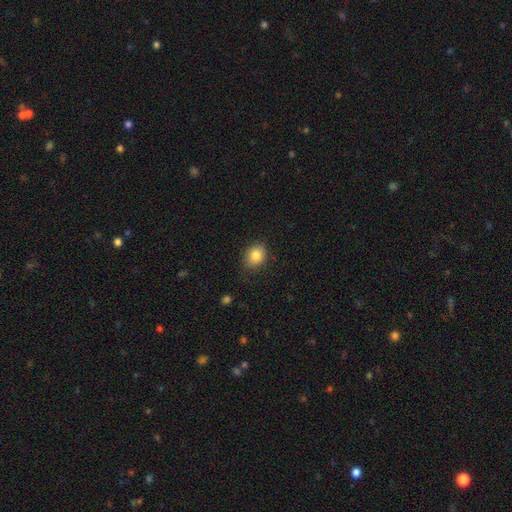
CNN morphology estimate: A smooth galaxy with no disk features (83%) that is round (50%). Merging: none (83%).